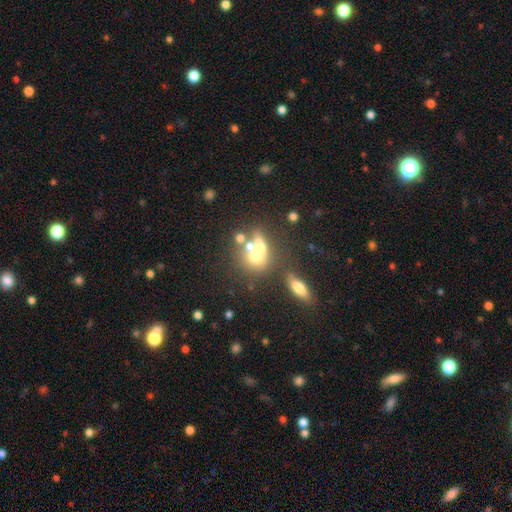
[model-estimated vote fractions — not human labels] Morphology: type=smooth (54%); roundness=round (66%); merging=merger (51%).